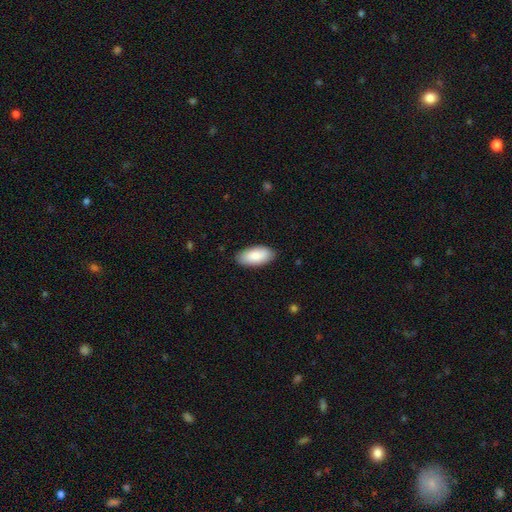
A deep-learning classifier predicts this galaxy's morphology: Smooth or featured: smooth — 87% (featured or disk — 8%)
How rounded: in between — 93% (cigar-shaped — 5%)
Merging: none — 87% (minor disturbance — 10%)